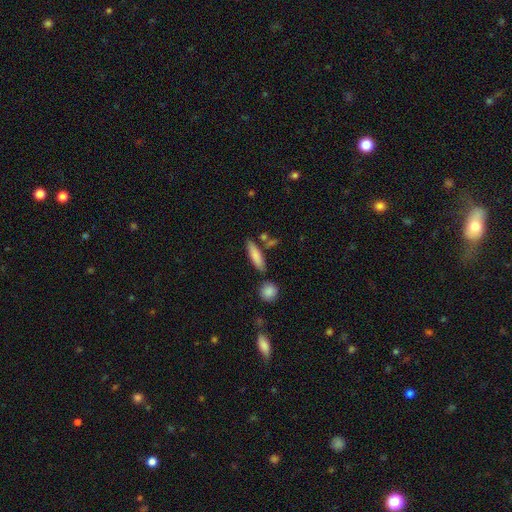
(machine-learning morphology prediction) smooth-or-featured: smooth: 81% | featured or disk: 13% | star or artifact: 6%
  how-rounded: cigar-shaped: 64% | in between: 33% | round: 2%
  merging: none: 74% | minor disturbance: 13% | merger: 10% | major disturbance: 3%